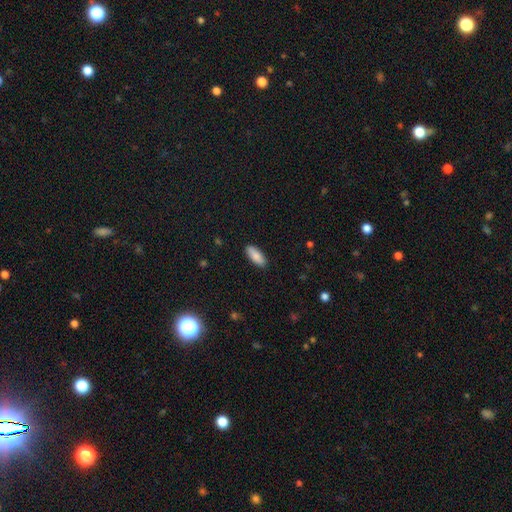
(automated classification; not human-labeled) Morphology: type=smooth (86%); roundness=in between (78%); merging=none (89%).